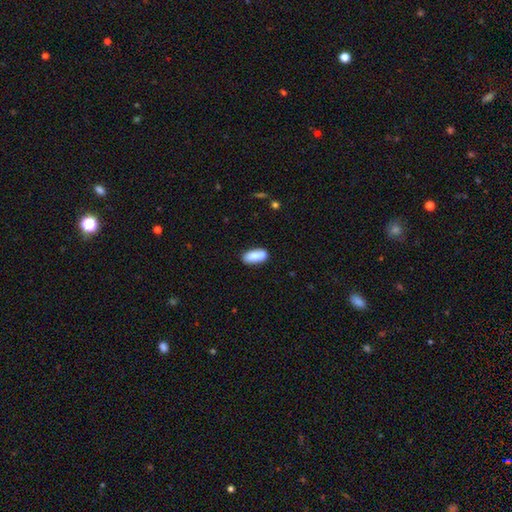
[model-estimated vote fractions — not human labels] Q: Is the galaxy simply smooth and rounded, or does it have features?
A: smooth — 79%.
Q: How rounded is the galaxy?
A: in between — 80%.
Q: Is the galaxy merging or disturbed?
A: none — 67%.